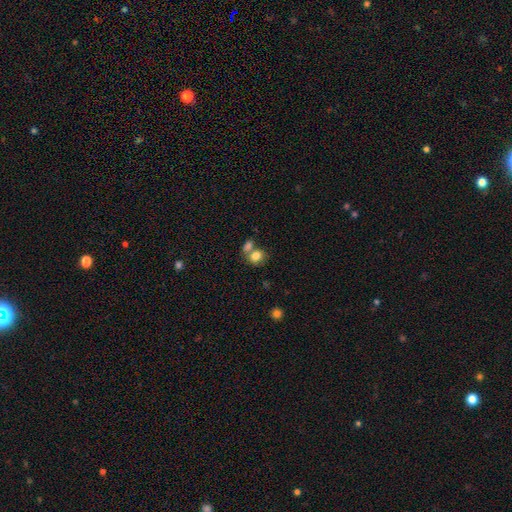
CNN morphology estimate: Smooth or featured? Predicted: smooth (p=0.80). How rounded? Predicted: round (p=0.56). Merging? Predicted: merger (p=0.44).